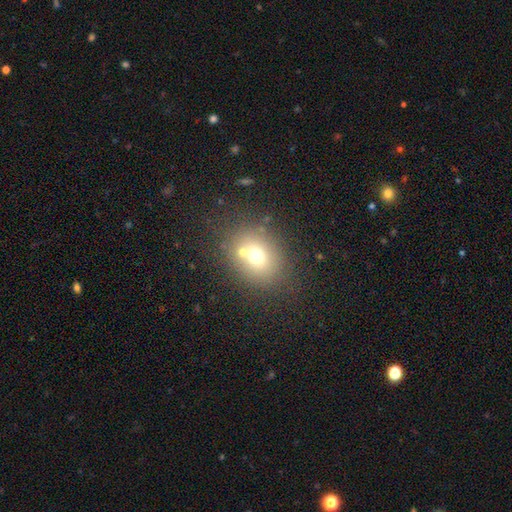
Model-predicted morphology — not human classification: Smooth or featured: smooth — 67% (featured or disk — 17%)
How rounded: round — 62% (in between — 37%)
Merging: none — 61% (merger — 22%)